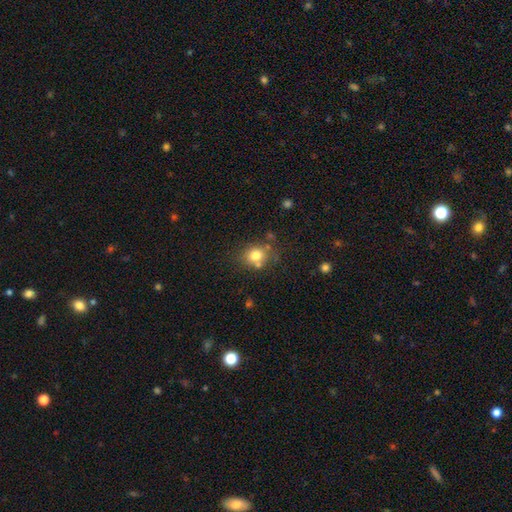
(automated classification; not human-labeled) smooth_or_featured: smooth (p=0.76) [alt: star or artifact p=0.12]
how_rounded: round (p=0.71) [alt: in between p=0.28]
merging: none (p=0.65) [alt: merger p=0.15]